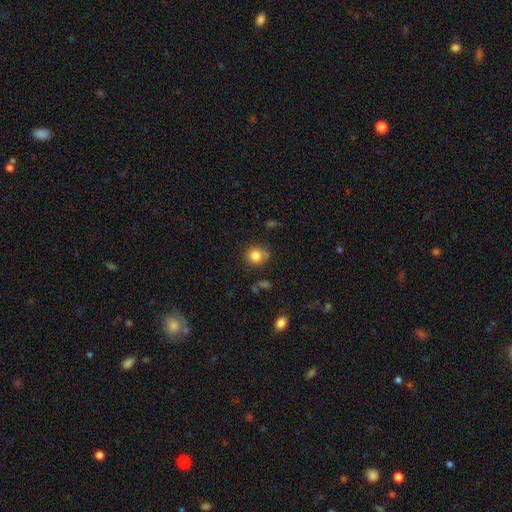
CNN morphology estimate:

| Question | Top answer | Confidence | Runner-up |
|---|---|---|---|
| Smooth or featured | smooth | 83% | star or artifact (11%) |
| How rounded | round | 86% | in between (13%) |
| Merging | none | 76% | minor disturbance (15%) |